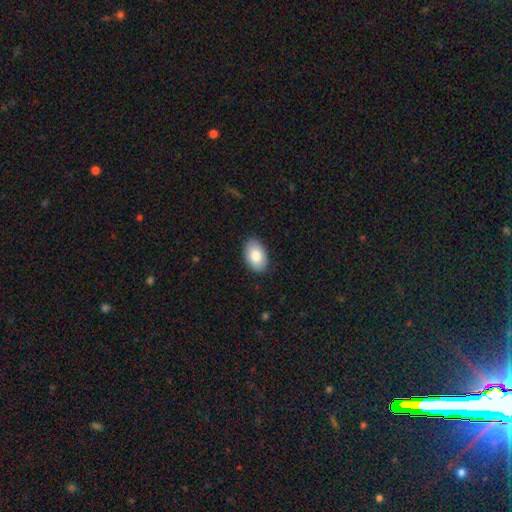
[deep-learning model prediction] Smooth or featured?
  - smooth: 82% *
  - featured or disk: 11%
  - star or artifact: 6%
How rounded?
  - in between: 91% *
  - round: 8%
  - cigar-shaped: 1%
Merging?
  - none: 86% *
  - minor disturbance: 11%
  - major disturbance: 2%
  - merger: 1%